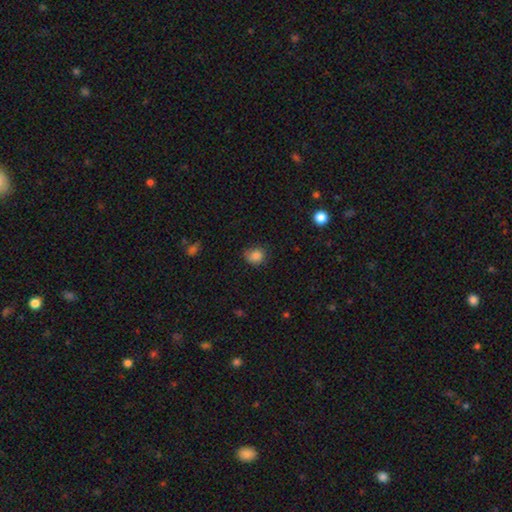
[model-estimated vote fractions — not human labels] Smooth or featured? smooth (84%)
How rounded? round (72%)
Merging? none (65%)